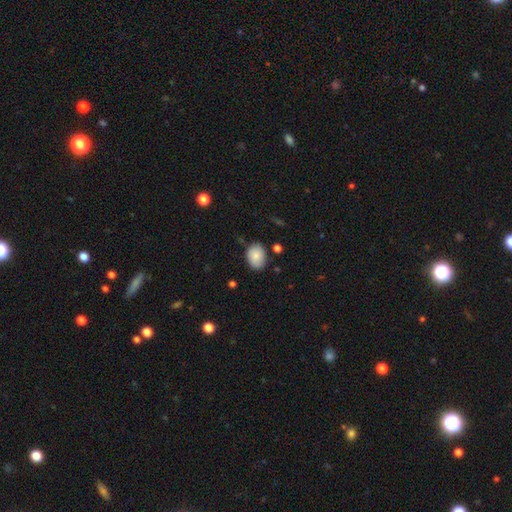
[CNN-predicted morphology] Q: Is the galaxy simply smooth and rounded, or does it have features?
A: smooth — 85%.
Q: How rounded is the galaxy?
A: in between — 74%.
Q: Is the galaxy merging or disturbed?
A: none — 77%.